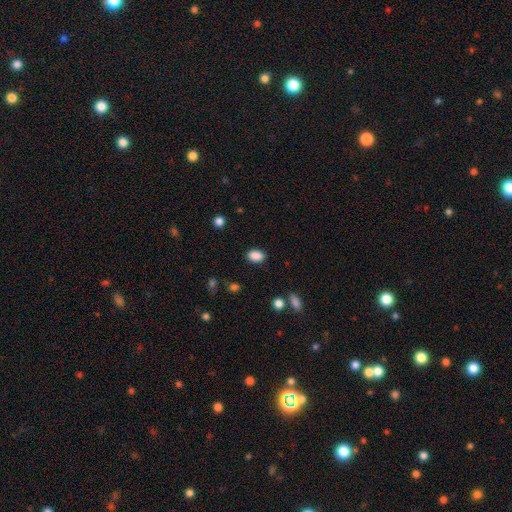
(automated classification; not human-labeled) smooth 88%, star or artifact 9%, featured or disk 3%. Down the decision tree: how rounded — in between (82%); merging — none (87%).